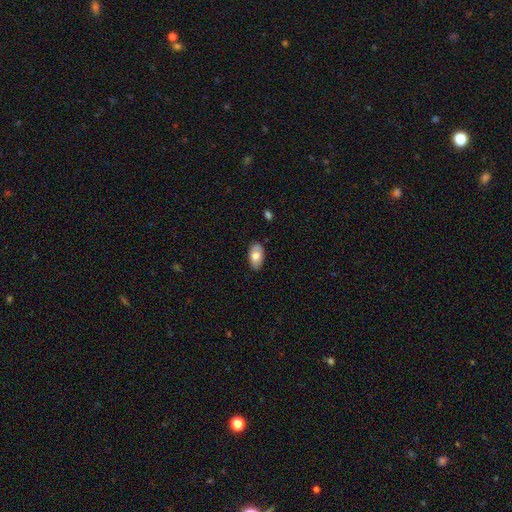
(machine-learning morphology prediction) A smooth galaxy with no disk features (78%) that is in between round and cigar-shaped (94%).

Vote fractions:
- Smooth or featured? smooth: 78% / featured or disk: 15% / star or artifact: 6%
- How rounded? in between: 94% / round: 4% / cigar-shaped: 2%
- Merging? none: 85% / minor disturbance: 12% / major disturbance: 2% / merger: 1%